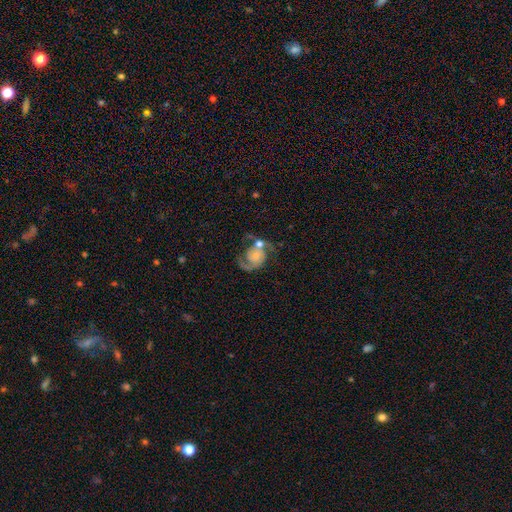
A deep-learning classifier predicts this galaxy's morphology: This is clearly a featured or disk galaxy (83%). It is clearly not viewed edge-on (98%). Bar: likely no (74%). Spiral arm pattern: clearly yes (96%). Spiral arm count: clearly 2 (83%). Spiral winding: possibly medium (50%). Central bulge: possibly small (49%). Merging: possibly none (45%).